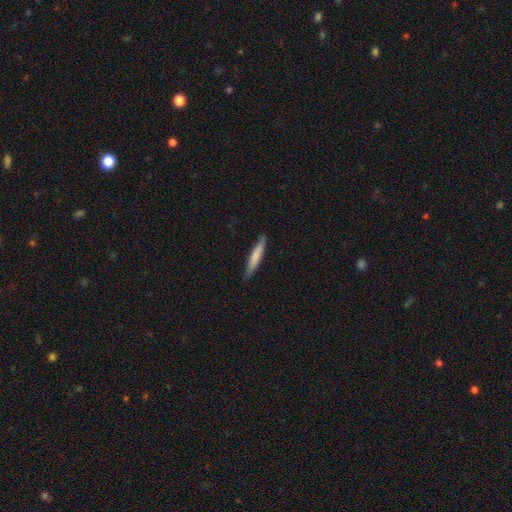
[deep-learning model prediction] A smooth galaxy with no disk features (74%) that is cigar-shaped (92%).

Vote fractions:
- Smooth or featured? smooth: 74% / featured or disk: 21% / star or artifact: 5%
- How rounded? cigar-shaped: 92% / in between: 6% / round: 1%
- Merging? none: 84% / minor disturbance: 13% / major disturbance: 2% / merger: 1%